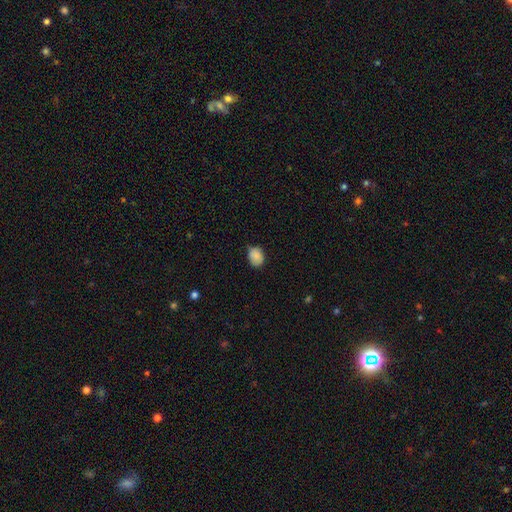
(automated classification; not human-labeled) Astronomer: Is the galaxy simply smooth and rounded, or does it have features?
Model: smooth — 86%.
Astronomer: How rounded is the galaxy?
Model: in between — 57% (runner-up: round, 42%).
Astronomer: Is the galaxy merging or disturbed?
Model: none — 69%.